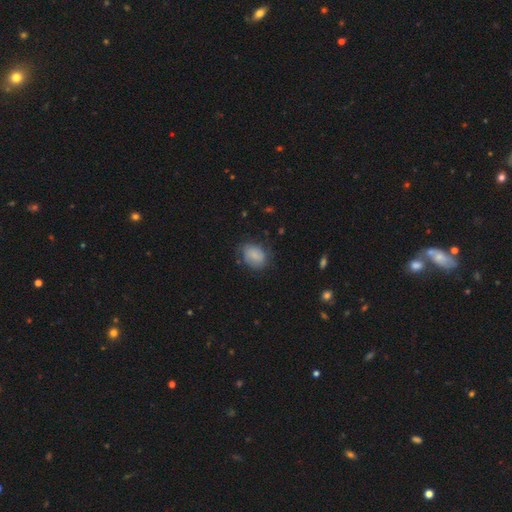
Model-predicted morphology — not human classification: A smooth galaxy with no disk features (76%) that is in between round and cigar-shaped (66%).

Vote fractions:
- Smooth or featured? smooth: 76% / featured or disk: 16% / star or artifact: 8%
- How rounded? in between: 66% / round: 33% / cigar-shaped: 1%
- Merging? none: 64% / minor disturbance: 25% / major disturbance: 9% / merger: 2%